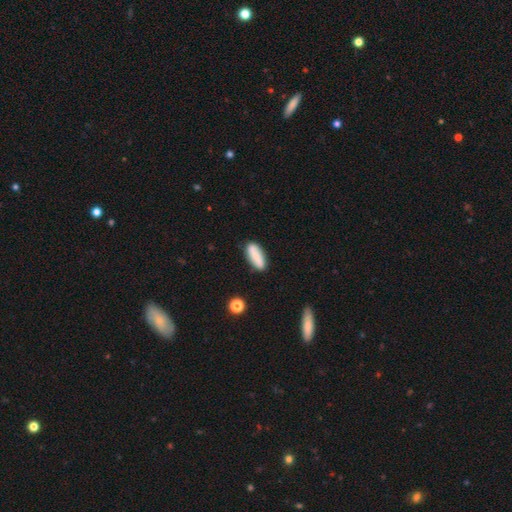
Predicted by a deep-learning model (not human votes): This is likely a smooth galaxy (71%). How rounded: likely in between (66%). Merging: likely none (79%).